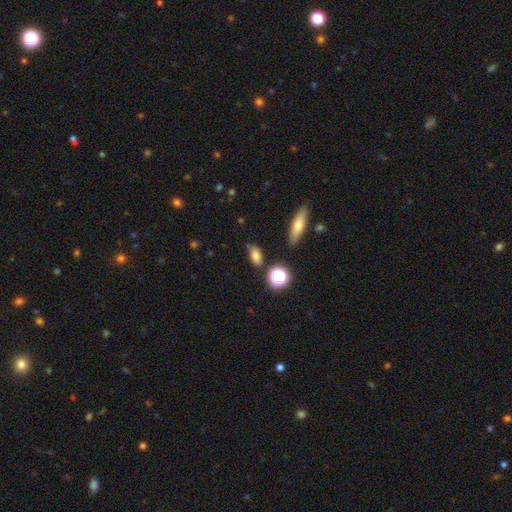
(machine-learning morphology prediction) This appears to be a smooth galaxy with no disk features (74%) that is in between round and cigar-shaped (76%). Merging: none (71%).